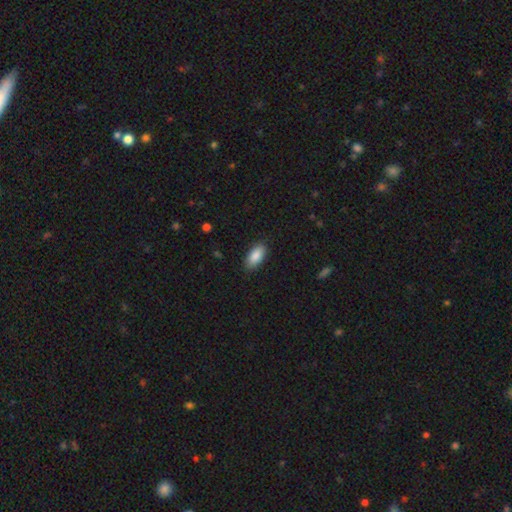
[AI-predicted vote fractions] smooth_or_featured: smooth (p=0.88) [alt: star or artifact p=0.06]
how_rounded: in between (p=0.91) [alt: cigar-shaped p=0.06]
merging: none (p=0.85) [alt: minor disturbance p=0.12]